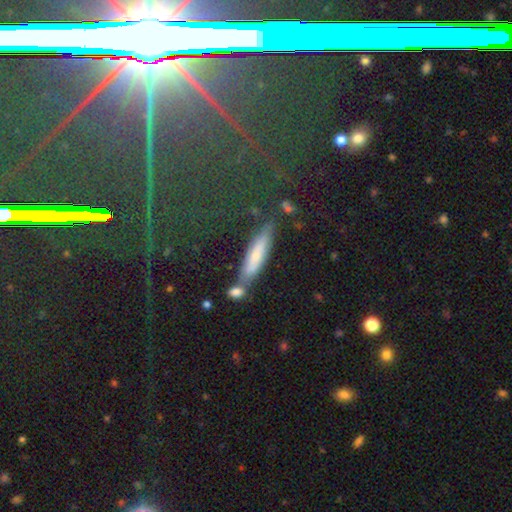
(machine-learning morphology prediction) Smooth or featured: smooth — 61% (featured or disk — 30%)
How rounded: cigar-shaped — 86% (in between — 12%)
Merging: none — 71% (minor disturbance — 15%)